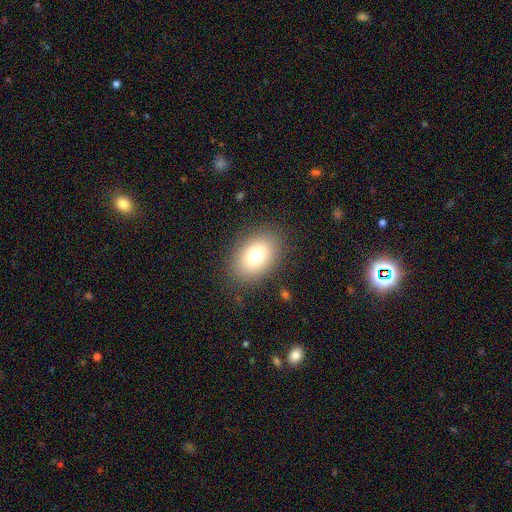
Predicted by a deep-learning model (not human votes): A smooth galaxy with no disk features (76%) that is in between round and cigar-shaped (73%). Merging: none (84%).